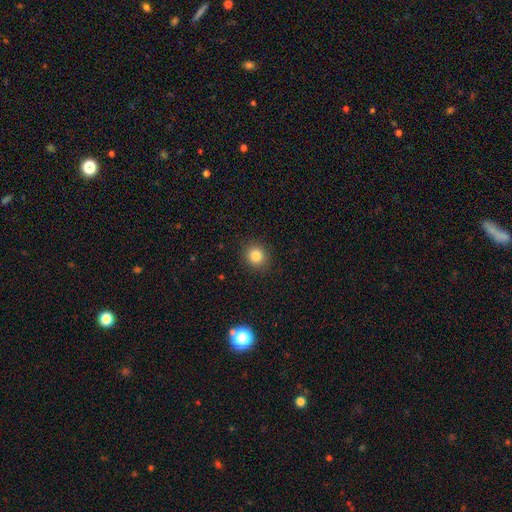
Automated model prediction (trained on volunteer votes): Smooth or featured: smooth — 82% (star or artifact — 12%)
How rounded: round — 87% (in between — 12%)
Merging: none — 91% (minor disturbance — 6%)